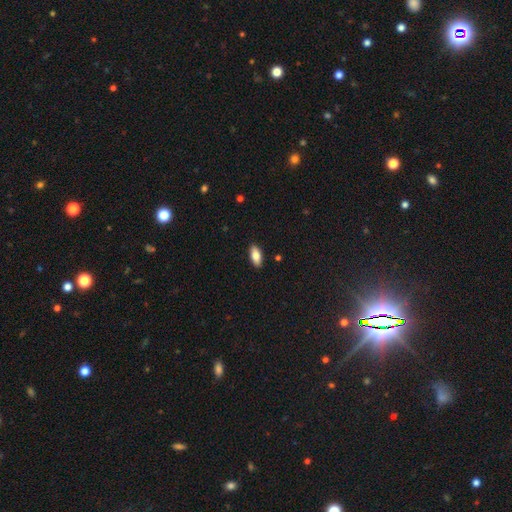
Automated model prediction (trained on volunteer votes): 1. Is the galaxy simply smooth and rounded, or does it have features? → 81% smooth, 12% featured or disk, 6% star or artifact.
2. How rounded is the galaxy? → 85% in between, 13% cigar-shaped, 2% round.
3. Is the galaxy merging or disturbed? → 89% none, 8% minor disturbance, 2% major disturbance, 1% merger.